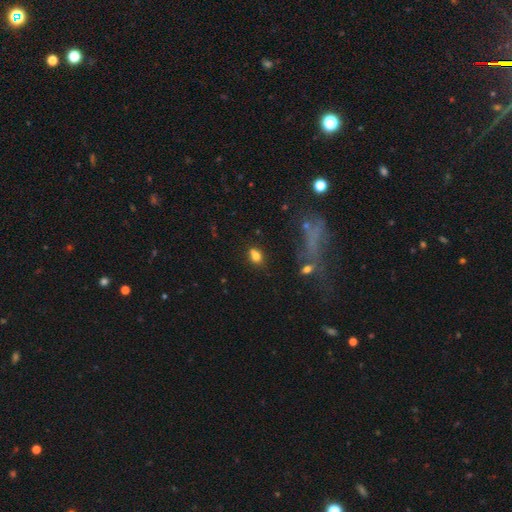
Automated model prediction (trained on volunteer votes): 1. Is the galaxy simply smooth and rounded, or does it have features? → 78% smooth, 13% star or artifact, 10% featured or disk.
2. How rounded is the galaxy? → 74% in between, 23% round, 3% cigar-shaped.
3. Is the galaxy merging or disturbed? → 62% none, 17% minor disturbance, 15% merger, 6% major disturbance.